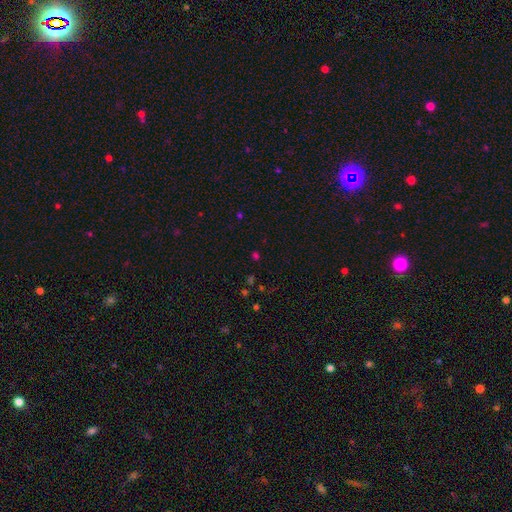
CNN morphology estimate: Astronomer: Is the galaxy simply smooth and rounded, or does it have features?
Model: star or artifact — 52% (runner-up: smooth, 41%).